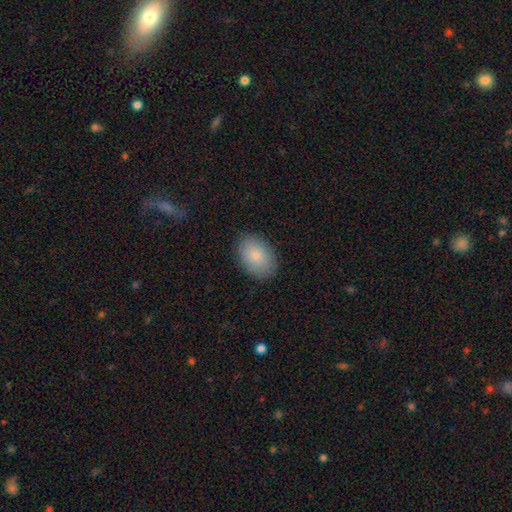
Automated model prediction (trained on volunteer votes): Smooth or featured?
  - smooth: 85% *
  - featured or disk: 9%
  - star or artifact: 7%
How rounded?
  - in between: 87% *
  - round: 12%
  - cigar-shaped: 1%
Merging?
  - none: 88% *
  - minor disturbance: 9%
  - major disturbance: 2%
  - merger: 1%